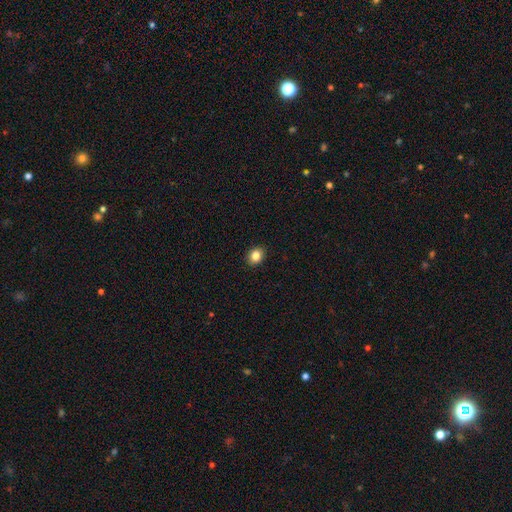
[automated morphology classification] Overall: smooth (85%). How rounded: round (55%; in between 44%). Merging: none (91%).